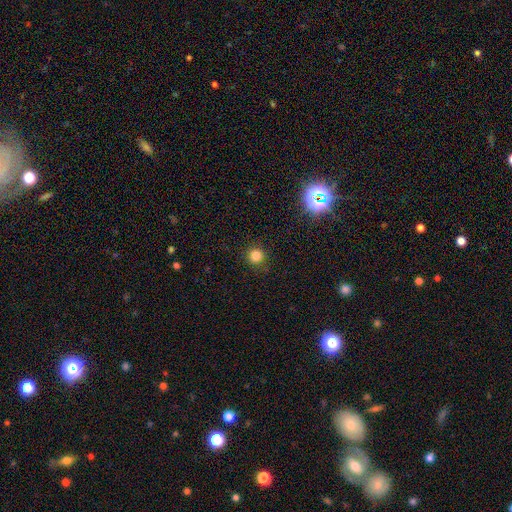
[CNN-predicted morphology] A smooth galaxy with no disk features (81%) that is round (94%).

Vote fractions:
- Smooth or featured? smooth: 81% / star or artifact: 15% / featured or disk: 4%
- How rounded? round: 94% / in between: 5% / cigar-shaped: 1%
- Merging? none: 90% / minor disturbance: 7% / major disturbance: 2% / merger: 1%